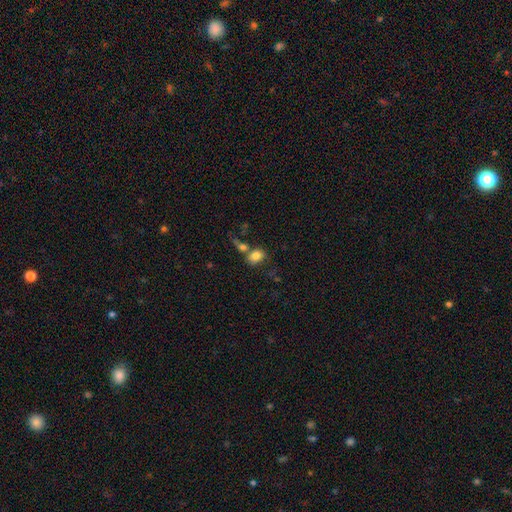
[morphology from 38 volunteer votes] This appears to be a smooth galaxy with no disk features (84%) that is in between round and cigar-shaped (72%). Merging: none (36%, tied with merger).